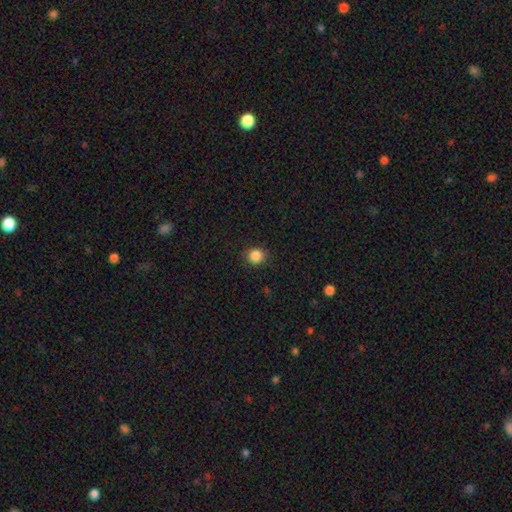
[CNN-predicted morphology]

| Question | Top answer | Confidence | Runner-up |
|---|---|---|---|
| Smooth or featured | smooth | 86% | star or artifact (11%) |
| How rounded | round | 90% | in between (10%) |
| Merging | none | 89% | minor disturbance (8%) |